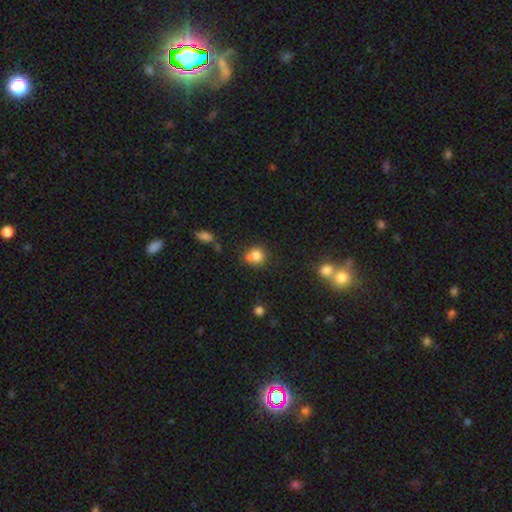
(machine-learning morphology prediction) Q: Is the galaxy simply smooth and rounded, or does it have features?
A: smooth — 79%.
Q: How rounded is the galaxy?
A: round — 75%.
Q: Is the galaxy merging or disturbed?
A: none — 50%.